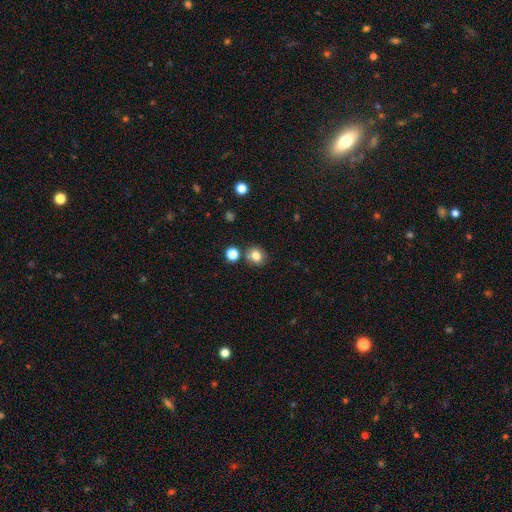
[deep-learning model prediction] The model was most divided on "how rounded": round: 74%, in between: 25%, cigar-shaped: 1%. More confident: smooth or featured — smooth (79%); merging — none (74%).